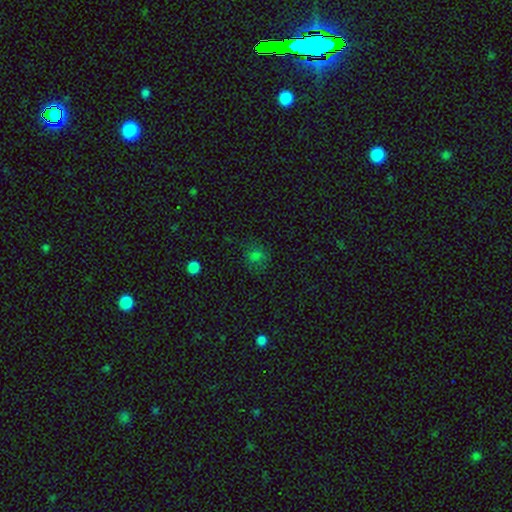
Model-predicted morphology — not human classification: Q: Smooth or featured?
A: smooth (69%); runner-up: star or artifact (25%)
Q: How rounded?
A: round (79%); runner-up: in between (20%)
Q: Merging?
A: none (78%); runner-up: minor disturbance (14%)